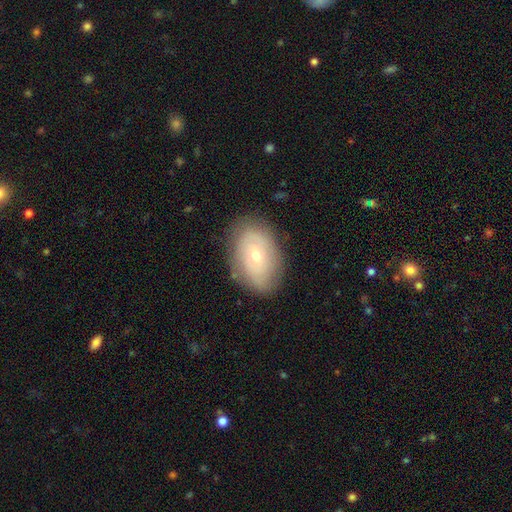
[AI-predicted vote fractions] smooth_or_featured: featured or disk (p=0.48) [alt: smooth p=0.44]
merging: none (p=0.80) [alt: minor disturbance p=0.14]